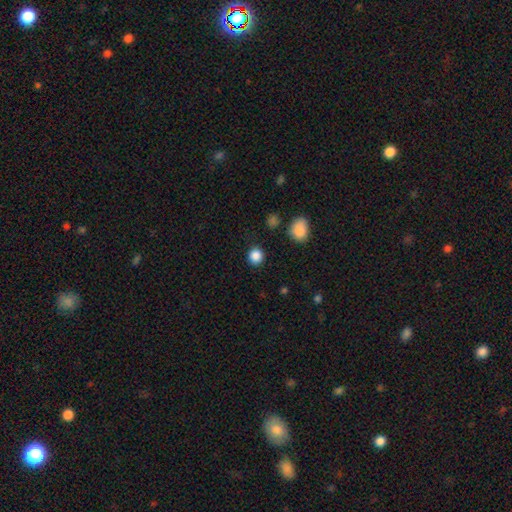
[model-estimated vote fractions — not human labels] The model was most divided on "smooth or featured": smooth: 87%, star or artifact: 10%, featured or disk: 3%. More confident: how rounded — round (90%); merging — none (89%).